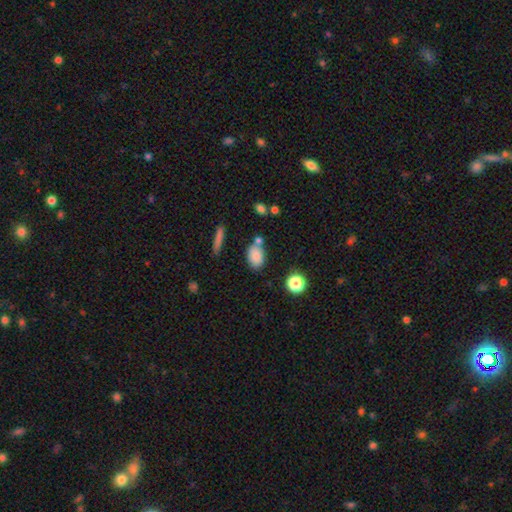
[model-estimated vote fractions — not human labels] smooth 82%, star or artifact 10%, featured or disk 8%. Down the decision tree: how rounded — in between (82%); merging — none (65%).